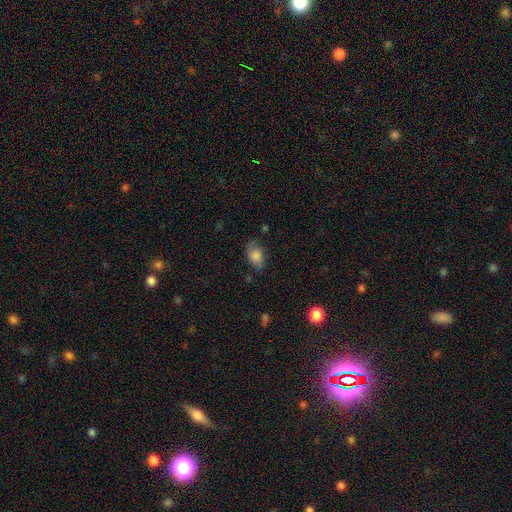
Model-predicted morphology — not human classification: Smooth or featured: smooth — 70% (featured or disk — 21%)
How rounded: in between — 80% (round — 18%)
Merging: none — 60% (minor disturbance — 27%)